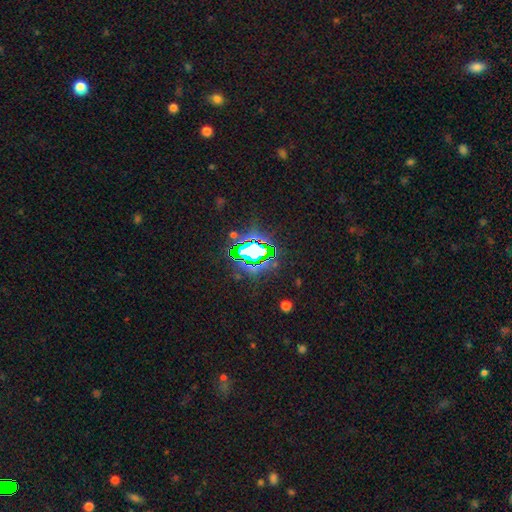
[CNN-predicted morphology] A star or artifact, not a galaxy (73%).

Vote fractions:
- Smooth or featured? star or artifact: 73% / smooth: 15% / featured or disk: 12%